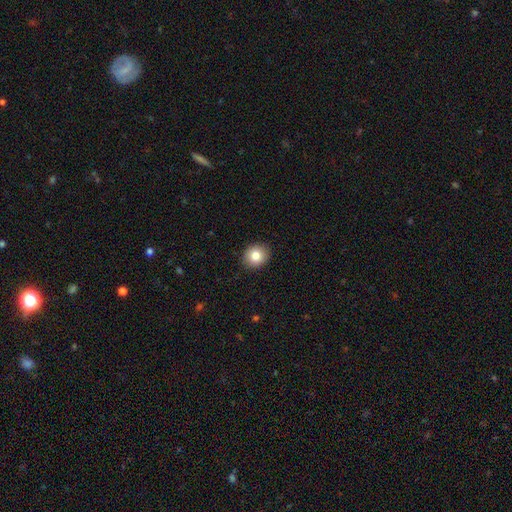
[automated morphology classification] Smooth or featured: smooth — 83% (star or artifact — 9%)
How rounded: round — 73% (in between — 26%)
Merging: none — 91% (minor disturbance — 6%)